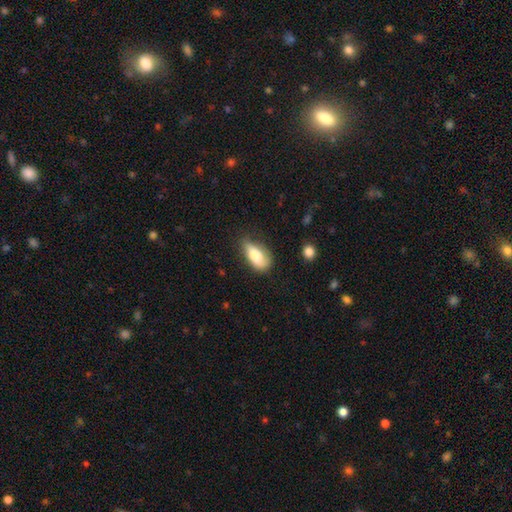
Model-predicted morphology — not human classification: Overall: smooth (75%). How rounded: in between (87%). Merging: none (42%; minor disturbance 36%).